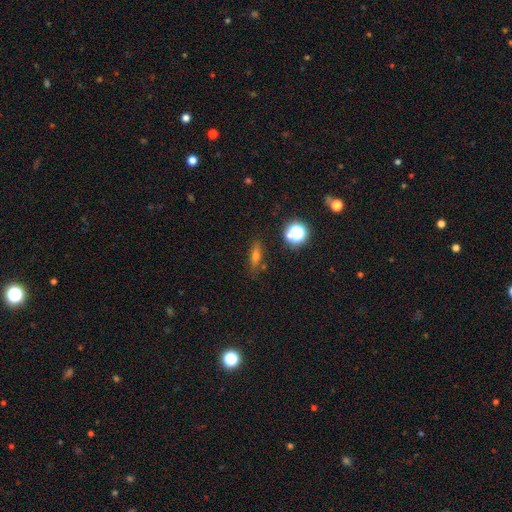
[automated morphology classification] Smooth or featured: smooth — 58% (featured or disk — 23%)
How rounded: cigar-shaped — 46% (in between — 43%)
Merging: none — 81% (minor disturbance — 12%)